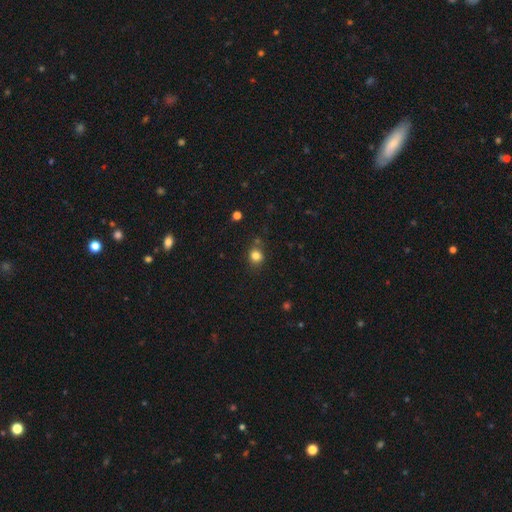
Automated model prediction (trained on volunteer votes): Q: Smooth or featured?
A: smooth (81%); runner-up: star or artifact (13%)
Q: How rounded?
A: round (82%); runner-up: in between (17%)
Q: Merging?
A: none (78%); runner-up: minor disturbance (13%)